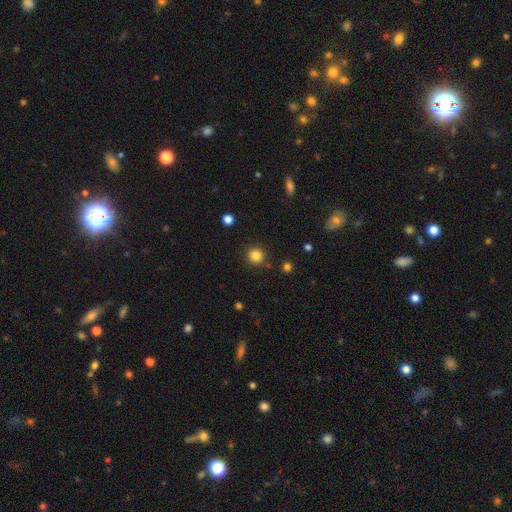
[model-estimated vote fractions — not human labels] Overall: smooth (84%). How rounded: round (95%). Merging: none (89%).